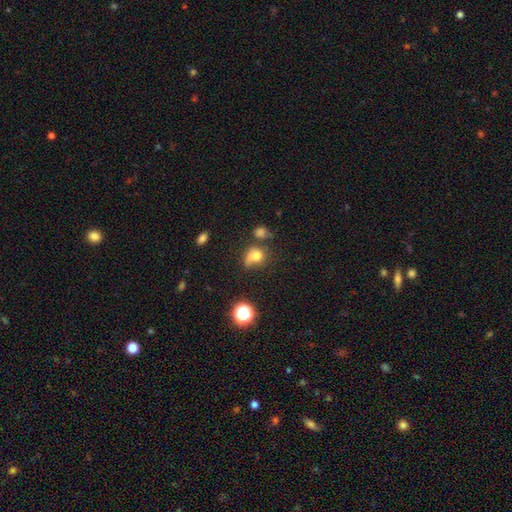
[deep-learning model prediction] Overall: smooth (71%). How rounded: round (66%; in between 32%). Merging: none (36%; minor disturbance 24%).